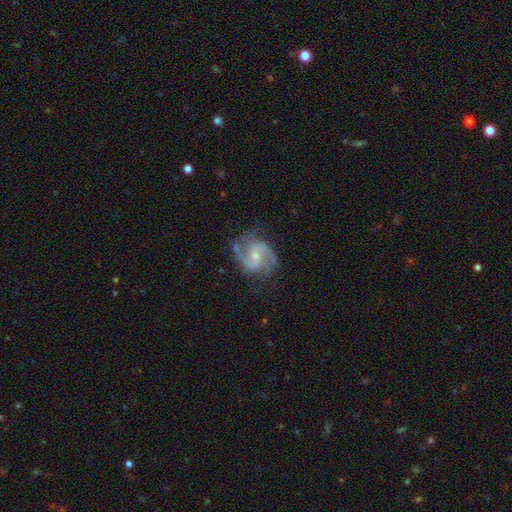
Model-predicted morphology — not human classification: Q: Smooth or featured?
A: featured or disk (91%); runner-up: star or artifact (5%)
Q: Edge-on disk?
A: no (98%); runner-up: yes (2%)
Q: Bar?
A: no (51%); runner-up: weak (41%)
Q: Spiral arms?
A: yes (98%); runner-up: no (2%)
Q: Spiral winding?
A: medium (58%); runner-up: tight (29%)
Q: Spiral arm count?
A: 2 (82%); runner-up: 3 (9%)
Q: Bulge size?
A: small (56%); runner-up: moderate (38%)
Q: Merging?
A: none (75%); runner-up: minor disturbance (17%)